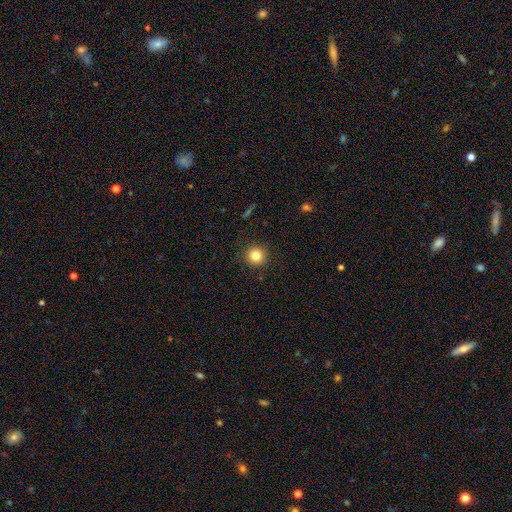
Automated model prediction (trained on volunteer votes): Q: Smooth or featured?
A: smooth (82%); runner-up: star or artifact (11%)
Q: How rounded?
A: round (93%); runner-up: in between (6%)
Q: Merging?
A: none (90%); runner-up: minor disturbance (7%)